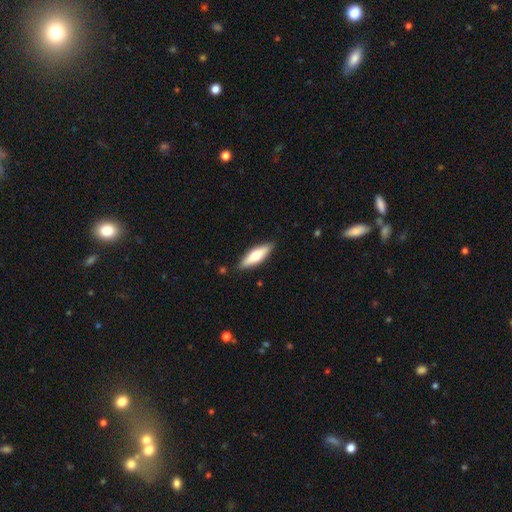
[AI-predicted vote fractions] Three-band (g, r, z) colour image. It shows a smooth galaxy with no disk features (62%) that is cigar-shaped (52%). Merging: none (87%).